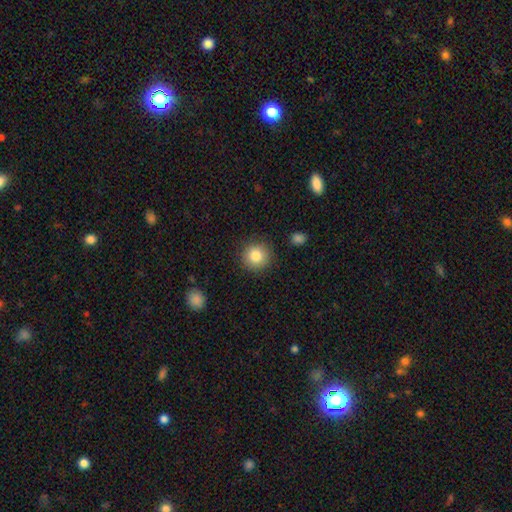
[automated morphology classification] type=smooth (83%); roundness=round (93%); merging=none (89%).